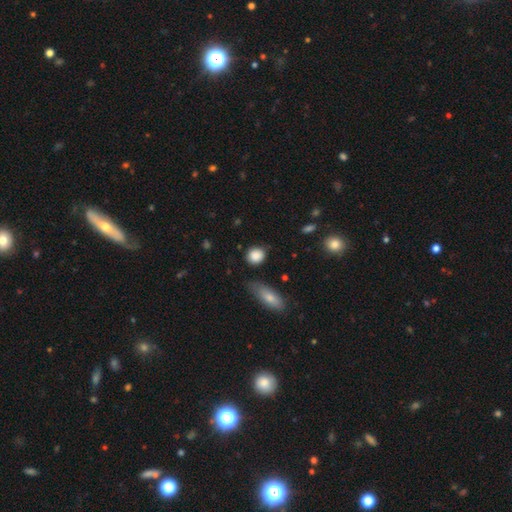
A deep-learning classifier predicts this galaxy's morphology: smooth 88%, star or artifact 8%, featured or disk 5%. Down the decision tree: how rounded — round (76%); merging — none (77%).